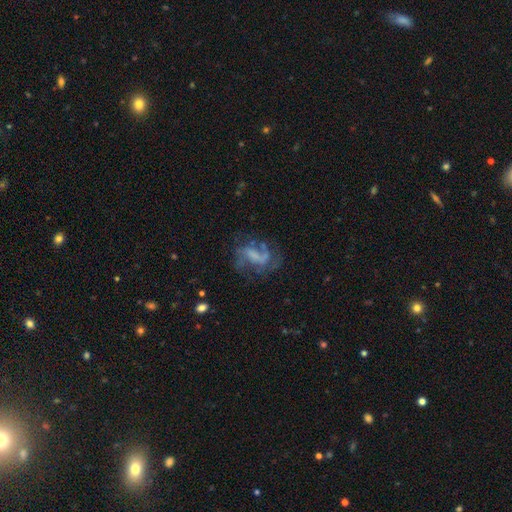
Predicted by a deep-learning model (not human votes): smooth_or_featured: featured or disk (p=0.69) [alt: smooth p=0.20]
disk_edge_on: no (p=0.96) [alt: yes p=0.04]
bar: weak (p=0.38) [alt: no p=0.35]
has_spiral_arms: yes (p=0.75) [alt: no p=0.25]
spiral_winding: loose (p=0.46) [alt: medium p=0.38]
spiral_arm_count: 2 (p=0.52) [alt: can't tell p=0.20]
bulge_size: none (p=0.56) [alt: small p=0.20]
merging: none (p=0.46) [alt: major disturbance p=0.29]